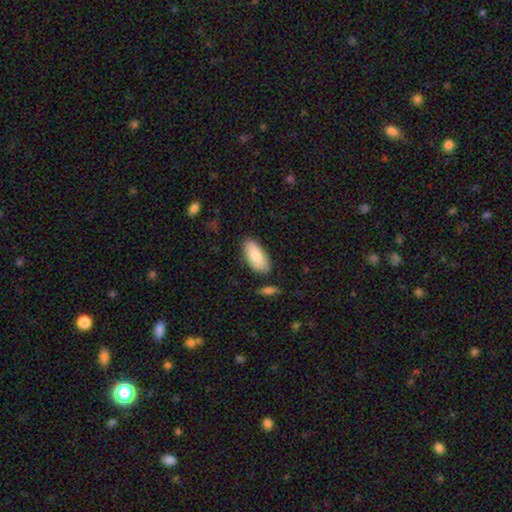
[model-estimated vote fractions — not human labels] smooth-or-featured: smooth: 80% | featured or disk: 14% | star or artifact: 6%
  how-rounded: in between: 91% | cigar-shaped: 7% | round: 2%
  merging: none: 81% | minor disturbance: 13% | merger: 4% | major disturbance: 3%